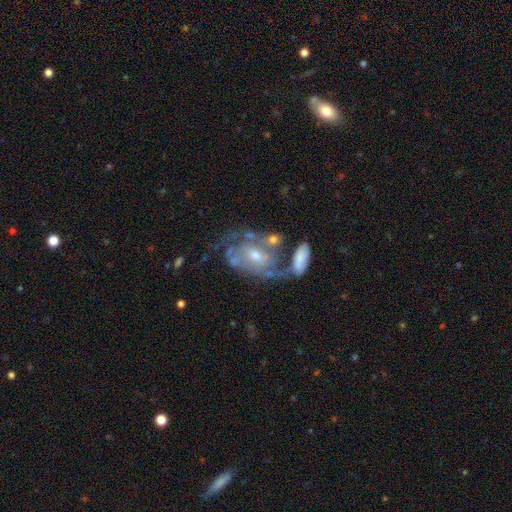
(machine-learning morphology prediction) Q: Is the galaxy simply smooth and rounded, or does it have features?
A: featured or disk — 83%.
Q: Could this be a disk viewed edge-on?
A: no — 96%.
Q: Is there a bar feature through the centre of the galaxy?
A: no — 49%.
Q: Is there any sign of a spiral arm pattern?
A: yes — 88%.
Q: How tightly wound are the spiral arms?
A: tight — 44%.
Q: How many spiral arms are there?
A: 2 — 55%.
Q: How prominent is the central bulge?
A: moderate — 48%.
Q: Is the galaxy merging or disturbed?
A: none — 39%.